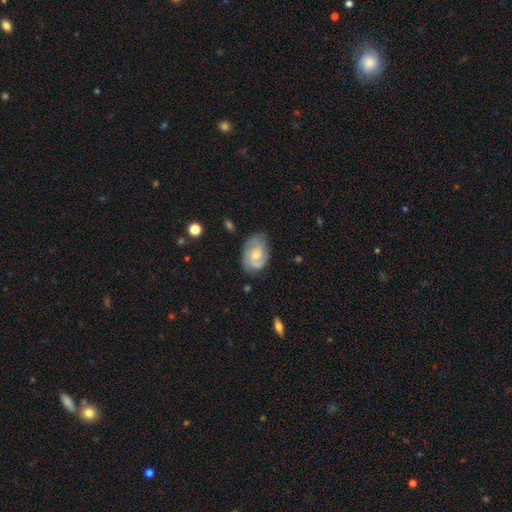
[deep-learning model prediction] Smooth or featured: featured or disk — 69% (smooth — 25%)
Edge-on disk: no — 97% (yes — 3%)
Bar: no — 60% (weak — 36%)
Spiral arms: yes — 91% (no — 9%)
Spiral winding: medium — 44% (tight — 39%)
Spiral arm count: 2 — 60% (can't tell — 19%)
Bulge size: moderate — 45% (small — 44%)
Merging: none — 66% (minor disturbance — 23%)